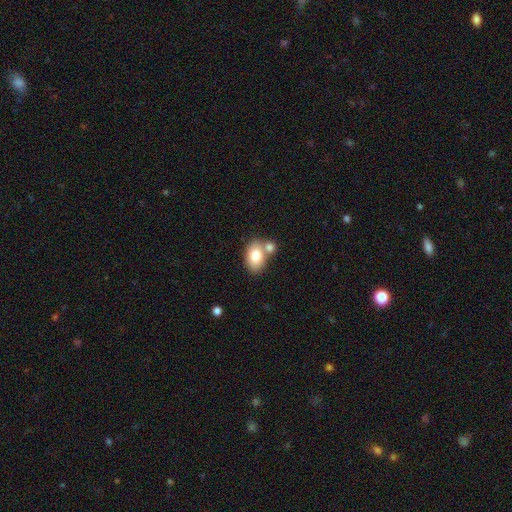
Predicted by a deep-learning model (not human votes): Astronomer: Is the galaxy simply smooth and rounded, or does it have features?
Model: smooth — 78%.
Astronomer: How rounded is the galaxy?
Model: in between — 82%.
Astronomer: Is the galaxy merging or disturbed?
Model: none — 50% (runner-up: merger, 35%).